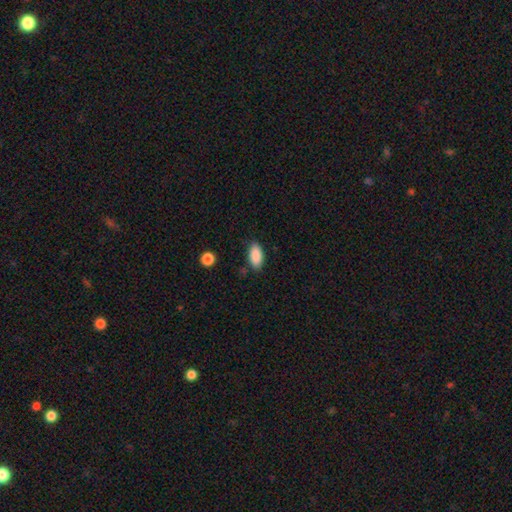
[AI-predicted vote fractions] Smooth or featured? Predicted: smooth (p=0.89). How rounded? Predicted: in between (p=0.92). Merging? Predicted: none (p=0.84).